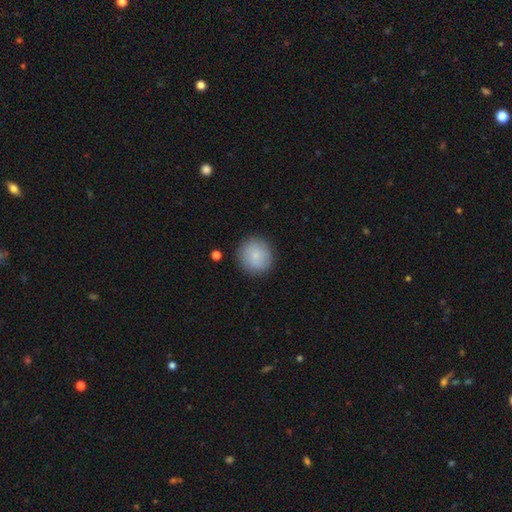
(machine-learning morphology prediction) Q: Smooth or featured?
A: smooth (80%); runner-up: featured or disk (13%)
Q: How rounded?
A: round (91%); runner-up: in between (8%)
Q: Merging?
A: none (86%); runner-up: minor disturbance (10%)